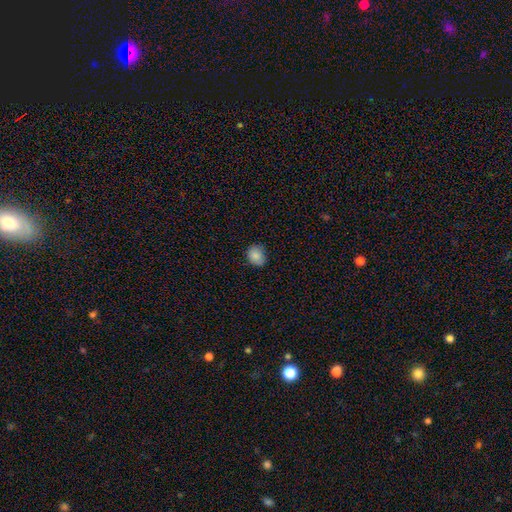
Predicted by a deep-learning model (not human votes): A smooth galaxy with no disk features (85%) that is round (60%). Merging: none (76%).